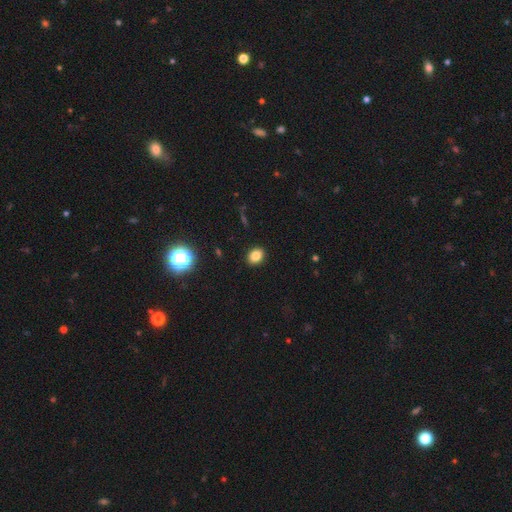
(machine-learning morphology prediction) smooth 82%, star or artifact 13%, featured or disk 6%. Down the decision tree: how rounded — in between (54%); merging — none (91%).